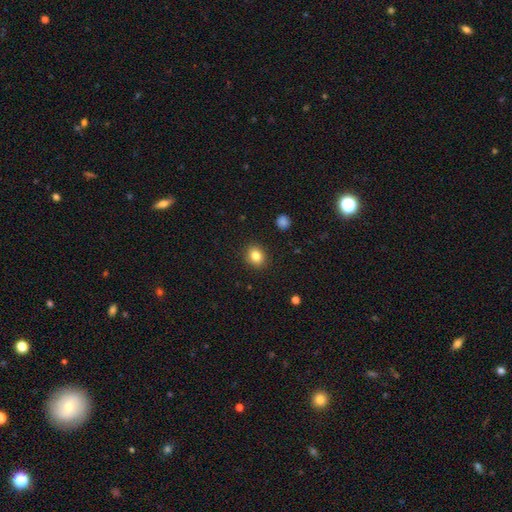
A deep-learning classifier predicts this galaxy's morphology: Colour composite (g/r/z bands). It shows a smooth galaxy with no disk features (83%) that is round (61%). Merging: none (90%).